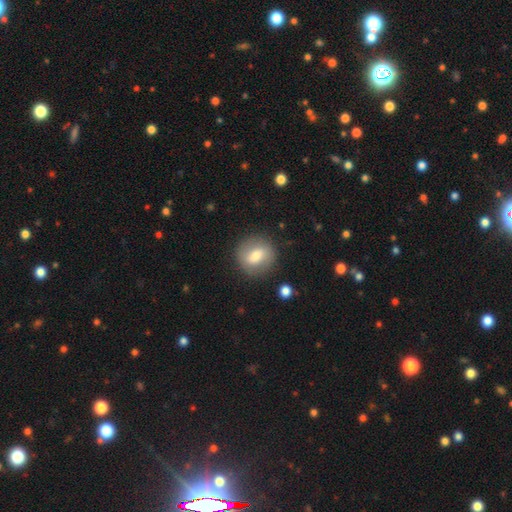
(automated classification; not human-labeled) smooth 63%, featured or disk 29%, star or artifact 8%. Down the decision tree: how rounded — round (79%); merging — none (84%).